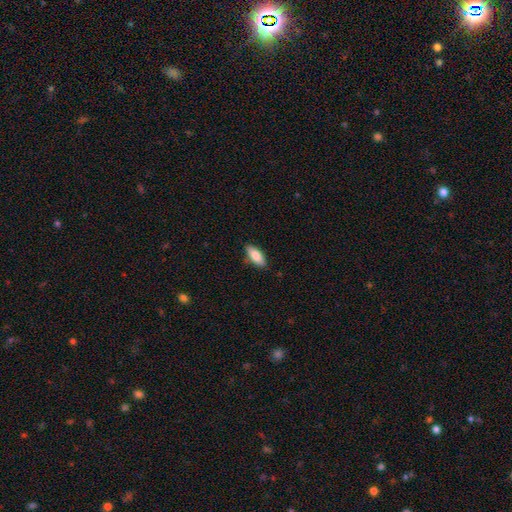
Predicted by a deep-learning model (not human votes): smooth_or_featured: smooth (p=0.82) [alt: featured or disk p=0.12]
how_rounded: in between (p=0.78) [alt: cigar-shaped p=0.19]
merging: none (p=0.83) [alt: minor disturbance p=0.13]